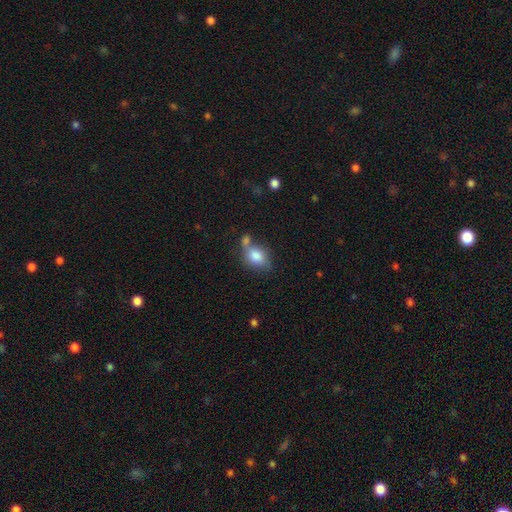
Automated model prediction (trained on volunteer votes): Overall: smooth (81%). How rounded: in between (71%). Merging: none (44%; merger 29%).